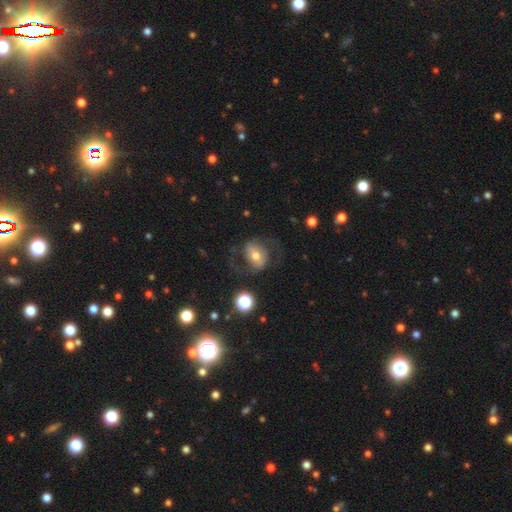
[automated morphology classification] featured or disk 66%, smooth 26%, star or artifact 8%. Down the decision tree: edge-on disk — no (96%); bar — no (37%, tied with weak); spiral arms — yes (78%); bulge size — moderate (68%); merging — none (64%).